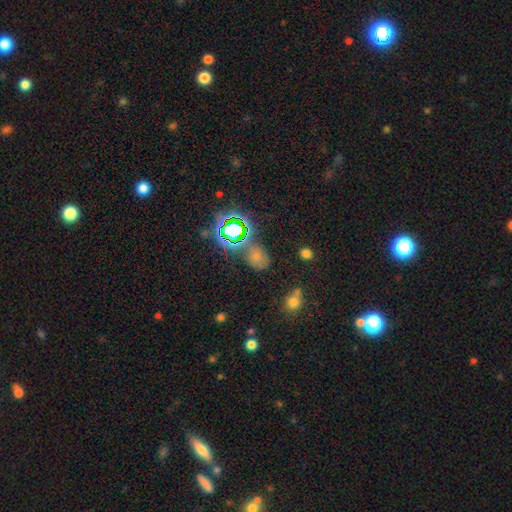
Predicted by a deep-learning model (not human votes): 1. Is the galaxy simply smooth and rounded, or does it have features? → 51% smooth, 39% star or artifact, 10% featured or disk.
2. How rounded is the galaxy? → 65% in between, 33% round, 2% cigar-shaped.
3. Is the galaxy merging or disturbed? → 58% none, 20% minor disturbance, 12% merger, 10% major disturbance.